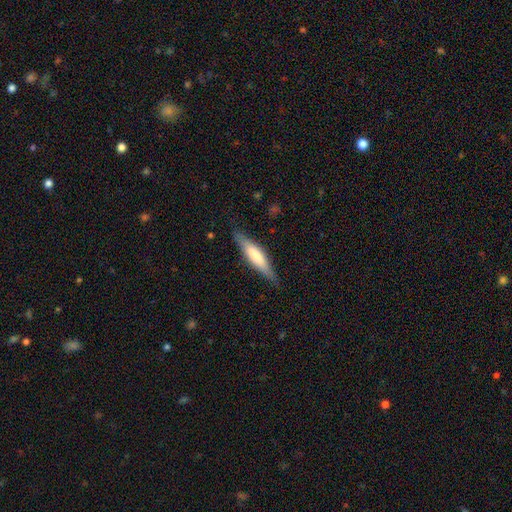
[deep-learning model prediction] Q: Smooth or featured?
A: smooth (59%); runner-up: featured or disk (36%)
Q: How rounded?
A: cigar-shaped (80%); runner-up: in between (19%)
Q: Merging?
A: none (84%); runner-up: minor disturbance (13%)